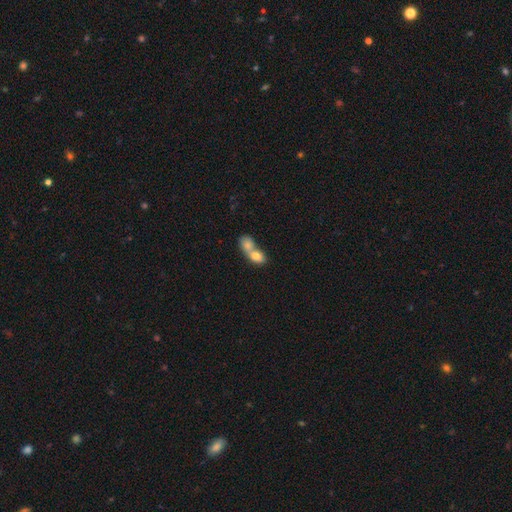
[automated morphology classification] type=smooth (76%); roundness=in between (68%); merging=merger (80%).